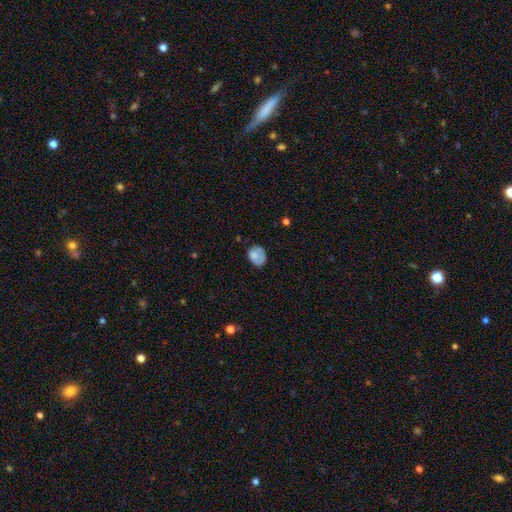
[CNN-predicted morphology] smooth 69%, featured or disk 23%, star or artifact 8%. Down the decision tree: how rounded — in between (61%); merging — none (51%).